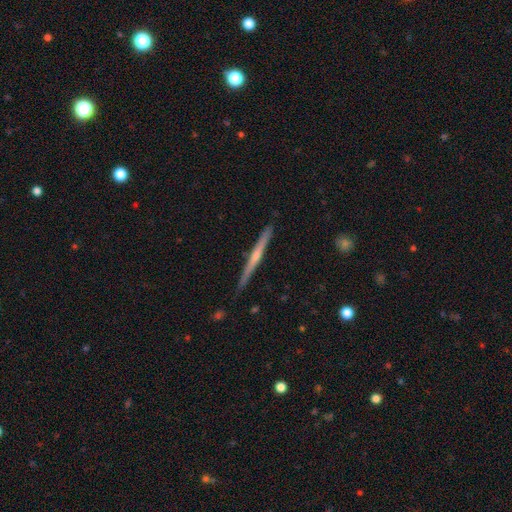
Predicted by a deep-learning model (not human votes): smooth-or-featured: featured or disk: 67% | smooth: 27% | star or artifact: 5%
  disk-edge-on: yes: 98% | no: 2%
    edge-on-bulge: rounded: 55% | none: 39% | boxy: 6%
  merging: none: 90% | minor disturbance: 8% | major disturbance: 1% | merger: 1%